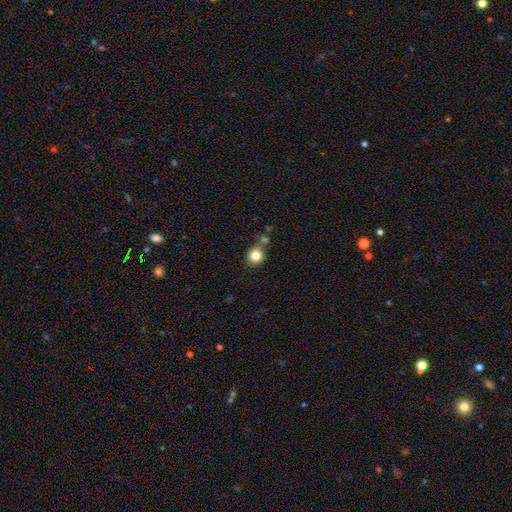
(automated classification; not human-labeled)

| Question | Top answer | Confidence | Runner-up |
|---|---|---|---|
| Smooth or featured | smooth | 82% | star or artifact (11%) |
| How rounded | round | 88% | in between (11%) |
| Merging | none | 67% | merger (18%) |